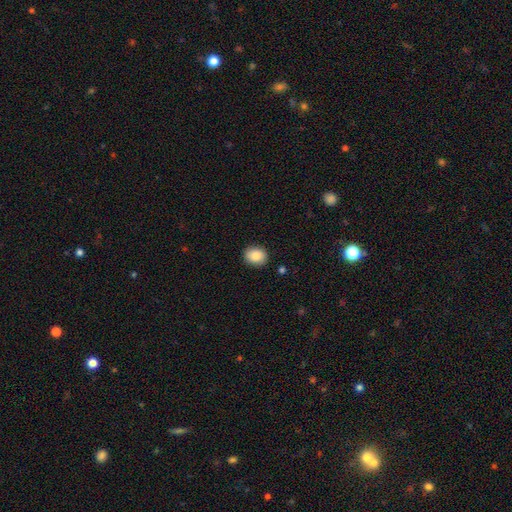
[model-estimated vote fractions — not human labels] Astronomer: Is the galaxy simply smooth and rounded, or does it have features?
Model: smooth — 87%.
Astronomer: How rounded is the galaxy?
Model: round — 54% (runner-up: in between, 45%).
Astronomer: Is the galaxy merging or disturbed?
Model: none — 89%.